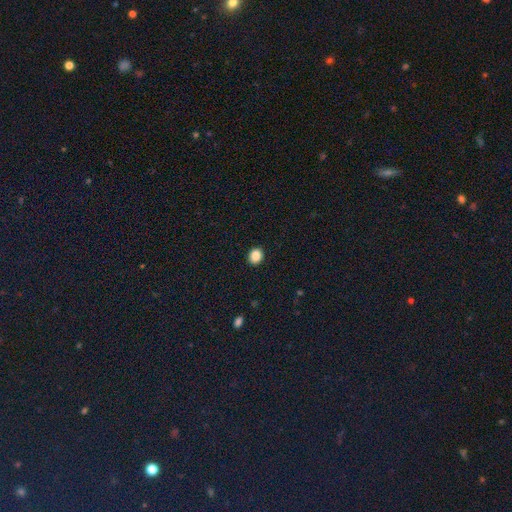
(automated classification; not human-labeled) Smooth or featured: smooth — 87% (star or artifact — 10%)
How rounded: round — 66% (in between — 33%)
Merging: none — 92% (minor disturbance — 5%)